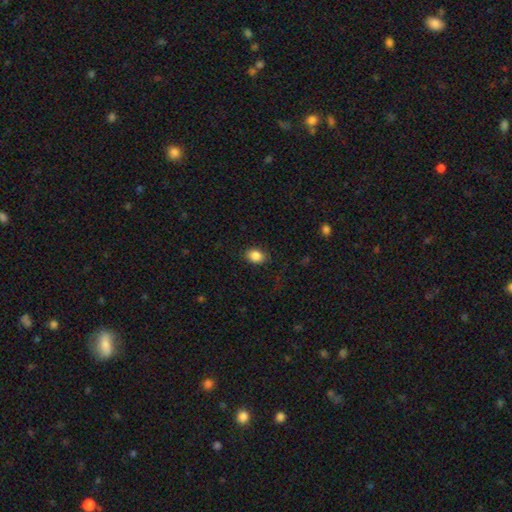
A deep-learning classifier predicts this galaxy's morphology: A smooth galaxy with no disk features (86%) that is in between round and cigar-shaped (69%).

Vote fractions:
- Smooth or featured? smooth: 86% / star or artifact: 9% / featured or disk: 5%
- How rounded? in between: 69% / round: 30% / cigar-shaped: 1%
- Merging? none: 86% / minor disturbance: 10% / major disturbance: 3% / merger: 1%